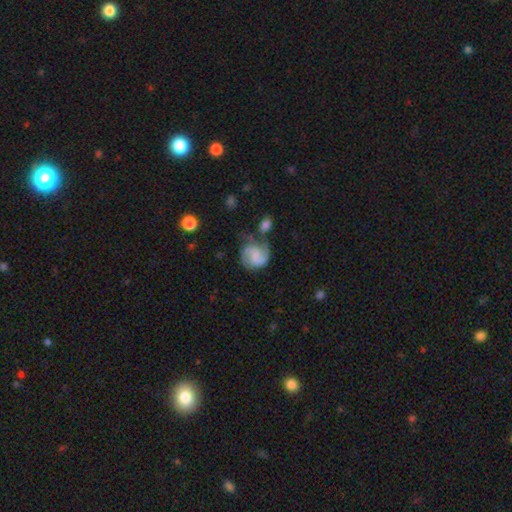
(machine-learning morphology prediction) smooth-or-featured: featured or disk: 67% | smooth: 26% | star or artifact: 7%
  disk-edge-on: no: 98% | yes: 2%
    bar: no: 50% | weak: 41% | strong: 9%
    has-spiral-arms: yes: 93% | no: 7%
      spiral-winding: medium: 49% | tight: 29% | loose: 22%
      spiral-arm-count: 2: 80% | can't tell: 8% | 3: 5% | 1: 4% | 4: 1% | more than 4: 1%
    bulge-size: none: 42% | small: 30% | moderate: 19% | large: 6% | dominant: 2%
  merging: none: 52% | minor disturbance: 22% | merger: 14% | major disturbance: 13%